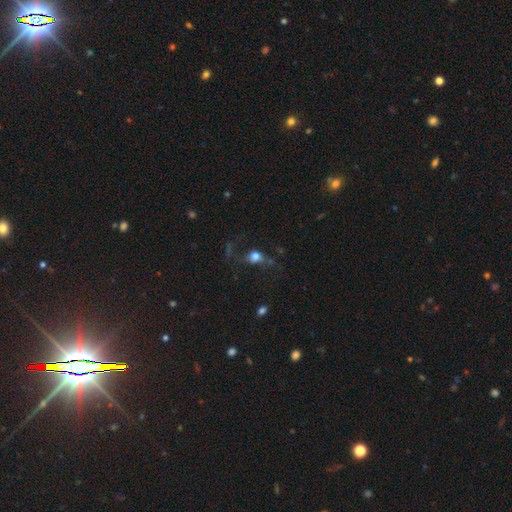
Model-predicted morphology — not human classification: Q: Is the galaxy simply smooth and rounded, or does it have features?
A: smooth — 60%.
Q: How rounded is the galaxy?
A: round — 61%.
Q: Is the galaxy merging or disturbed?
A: none — 44%.